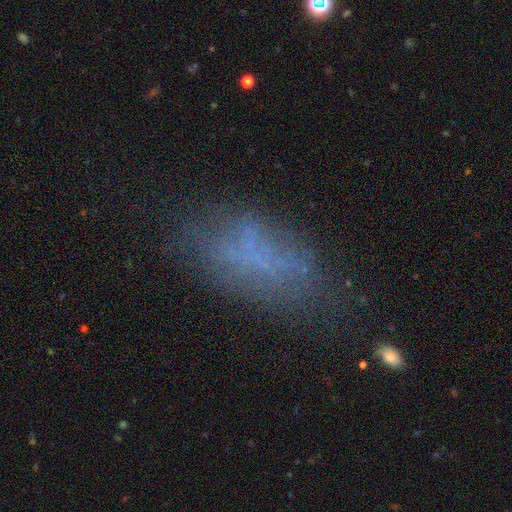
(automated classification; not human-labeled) smooth_or_featured: smooth (p=0.49) [alt: featured or disk p=0.34]
merging: none (p=0.55) [alt: minor disturbance p=0.24]